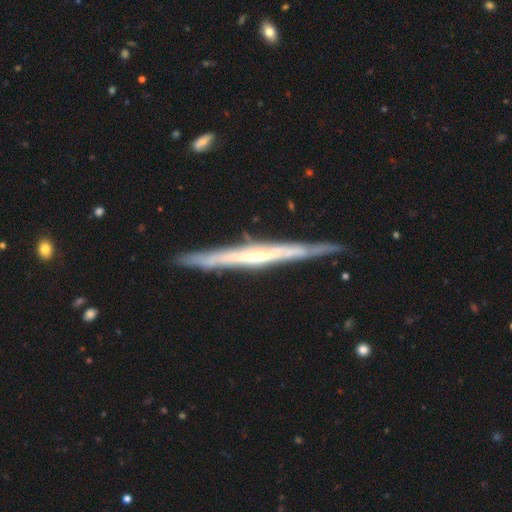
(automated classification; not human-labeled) Overall: featured or disk (80%). Edge-on disk: yes (93%). Edge-on bulge: none (50%; rounded 40%). Merging: none (83%).